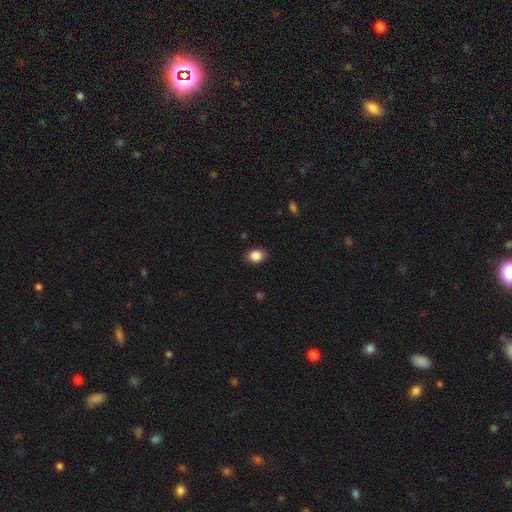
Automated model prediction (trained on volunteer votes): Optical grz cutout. It shows a smooth galaxy with no disk features (86%) that is in between round and cigar-shaped (65%). Merging: none (84%).